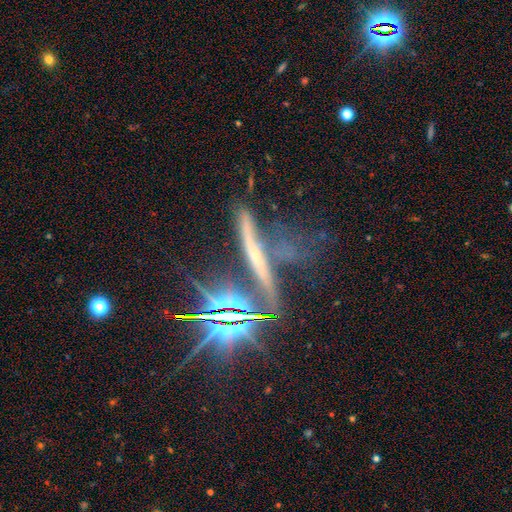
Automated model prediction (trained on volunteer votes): Smooth or featured? featured or disk (56%)
Edge-on disk? yes (83%)
Merging? none (48%)